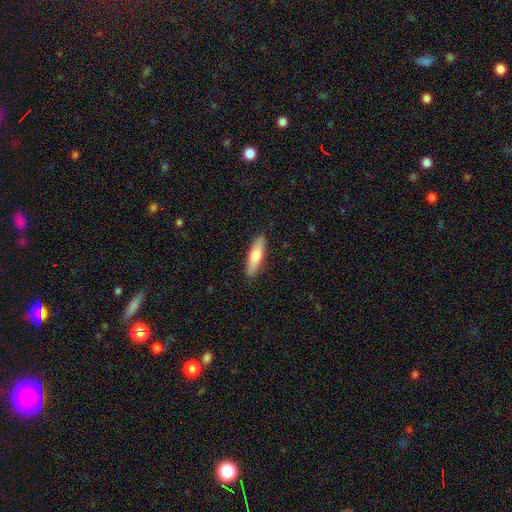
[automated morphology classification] Smooth or featured: smooth — 73% (featured or disk — 21%)
How rounded: cigar-shaped — 63% (in between — 36%)
Merging: none — 89% (minor disturbance — 8%)